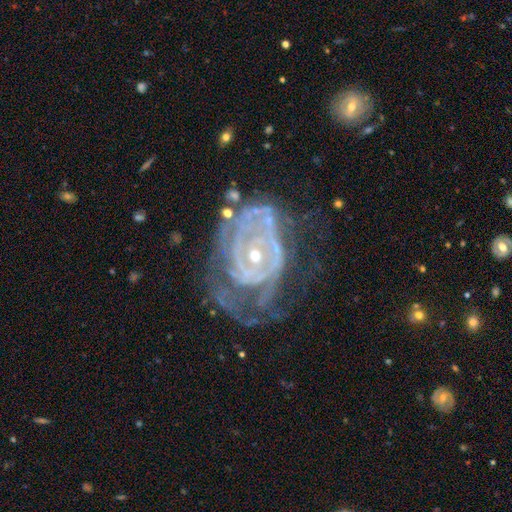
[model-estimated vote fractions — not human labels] Smooth or featured?
  - featured or disk: 86% *
  - smooth: 7%
  - star or artifact: 7%
Edge-on disk?
  - no: 97% *
  - yes: 3%
Bar?
  - no: 69% *
  - weak: 22%
  - strong: 9%
Spiral arms?
  - yes: 83% *
  - no: 17%
Spiral winding?
  - tight: 69% *
  - medium: 23%
  - loose: 8%
Spiral arm count?
  - can't tell: 47% *
  - 2: 21%
  - 3: 13%
  - 4: 7%
  - 1: 7%
  - more than 4: 6%
Bulge size?
  - small: 58% *
  - moderate: 38%
  - large: 2%
  - none: 1%
  - dominant: 1%
Merging?
  - none: 38% *
  - major disturbance: 34%
  - minor disturbance: 24%
  - merger: 4%